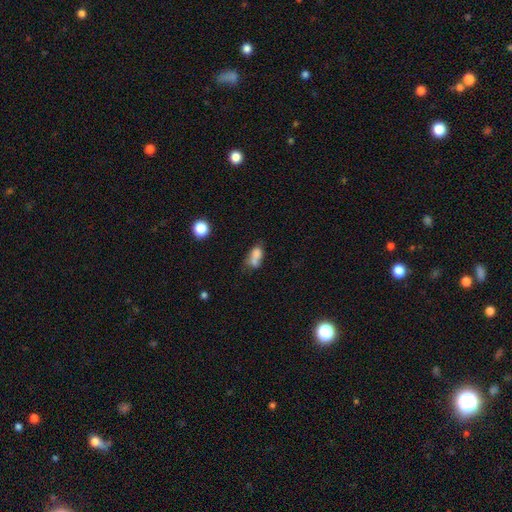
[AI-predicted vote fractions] smooth_or_featured: smooth (p=0.71) [alt: featured or disk p=0.18]
how_rounded: in between (p=0.80) [alt: round p=0.13]
merging: merger (p=0.37) [alt: none p=0.29]